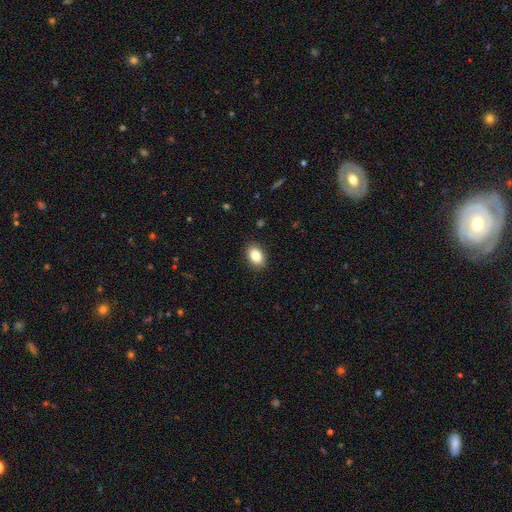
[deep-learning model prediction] A smooth galaxy with no disk features (85%) that is in between round and cigar-shaped (84%).

Vote fractions:
- Smooth or featured? smooth: 85% / star or artifact: 8% / featured or disk: 7%
- How rounded? in between: 84% / round: 14% / cigar-shaped: 1%
- Merging? none: 89% / minor disturbance: 8% / major disturbance: 2% / merger: 1%